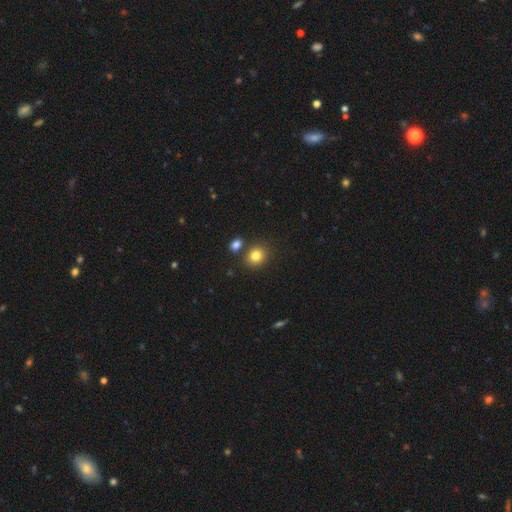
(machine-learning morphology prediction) Smooth or featured? Predicted: smooth (p=0.81). How rounded? Predicted: round (p=0.75). Merging? Predicted: none (p=0.75).